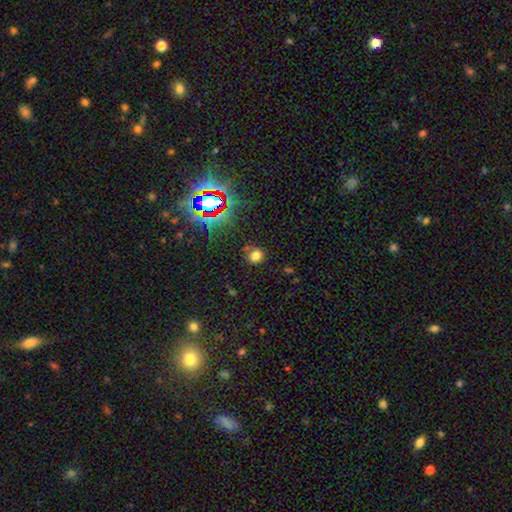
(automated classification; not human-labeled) Overall: smooth (73%). How rounded: round (78%). Merging: none (81%).